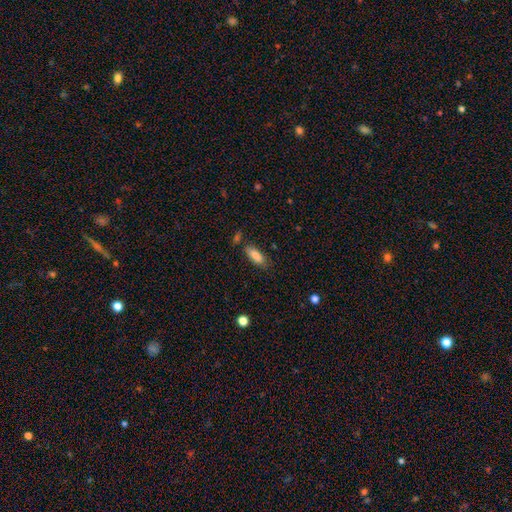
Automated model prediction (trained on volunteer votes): Q: Smooth or featured?
A: smooth (85%); runner-up: featured or disk (8%)
Q: How rounded?
A: in between (70%); runner-up: cigar-shaped (28%)
Q: Merging?
A: none (73%); runner-up: minor disturbance (17%)